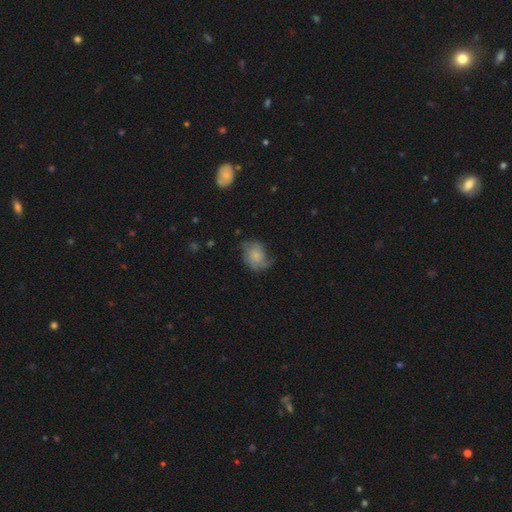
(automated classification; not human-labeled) Morphology: type=smooth (52%); roundness=in between (53%); merging=none (46%).